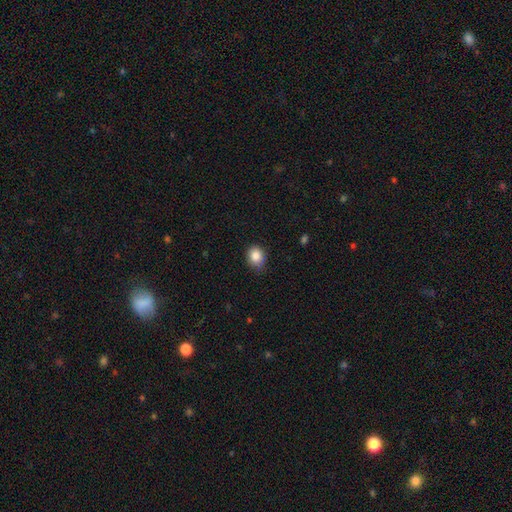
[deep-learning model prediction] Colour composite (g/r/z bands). It shows a smooth galaxy with no disk features (85%) that is round (72%). Merging: none (73%).